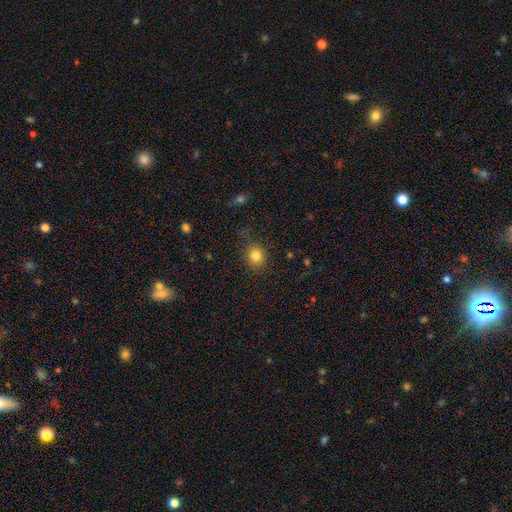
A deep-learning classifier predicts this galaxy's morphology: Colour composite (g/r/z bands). It shows a smooth galaxy with no disk features (82%) that is round (79%). Merging: none (79%).